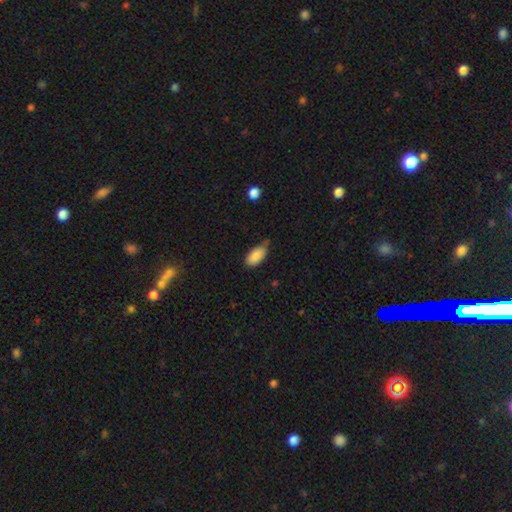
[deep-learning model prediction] A smooth galaxy with no disk features (88%) that is in between round and cigar-shaped (93%). Merging: none (58%).